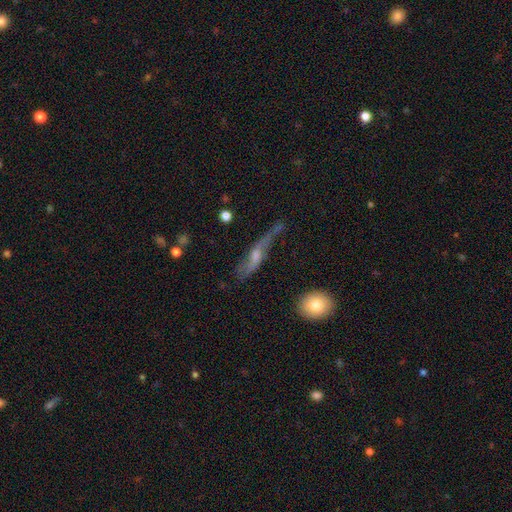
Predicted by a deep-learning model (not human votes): Overall: featured or disk (67%). Edge-on disk: no (61%; yes 39%). Merging: none (45%; minor disturbance 27%).